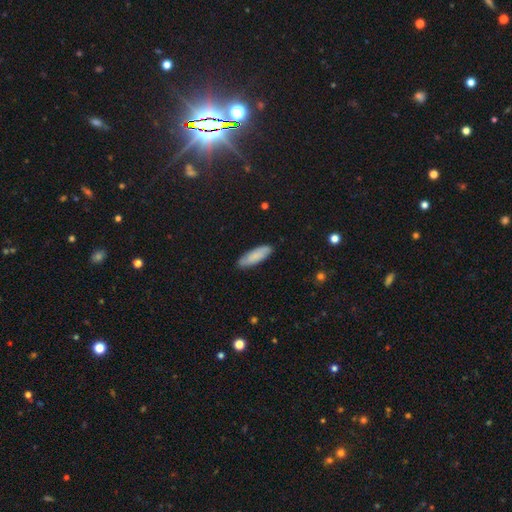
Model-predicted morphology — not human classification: smooth 83%, featured or disk 11%, star or artifact 6%. Down the decision tree: how rounded — in between (53%); merging — none (86%).